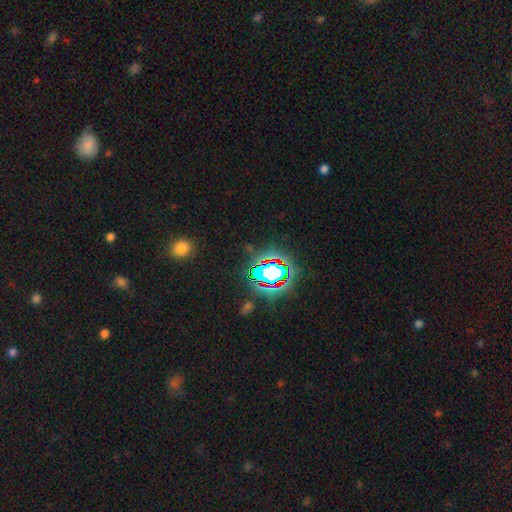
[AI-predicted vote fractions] smooth-or-featured: star or artifact: 77% | smooth: 14% | featured or disk: 8%